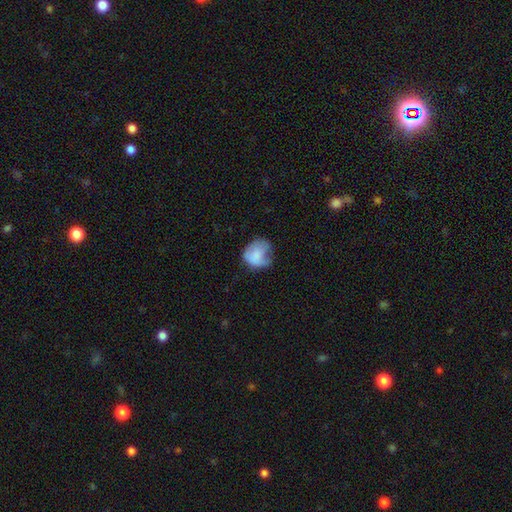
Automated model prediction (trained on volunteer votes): Morphology: type=smooth (73%); roundness=round (67%); merging=none (43%).